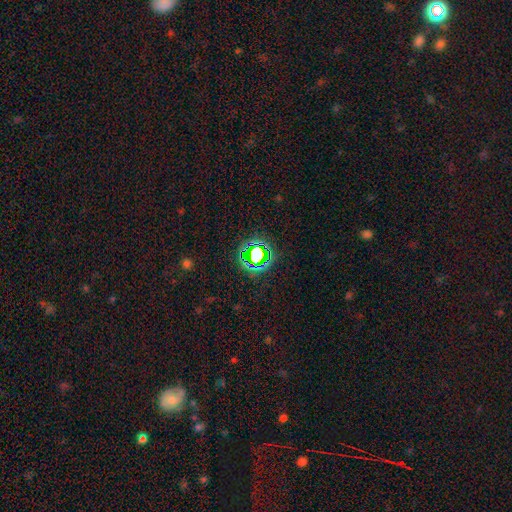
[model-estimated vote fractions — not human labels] A star or artifact, not a galaxy (66%).